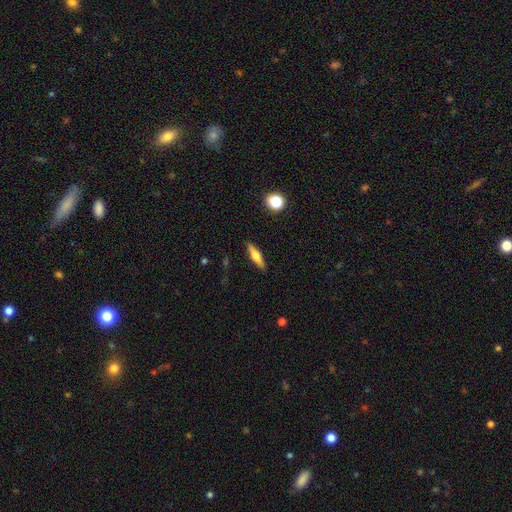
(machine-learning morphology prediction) This is possibly a smooth galaxy (47%). Merging: clearly none (88%).